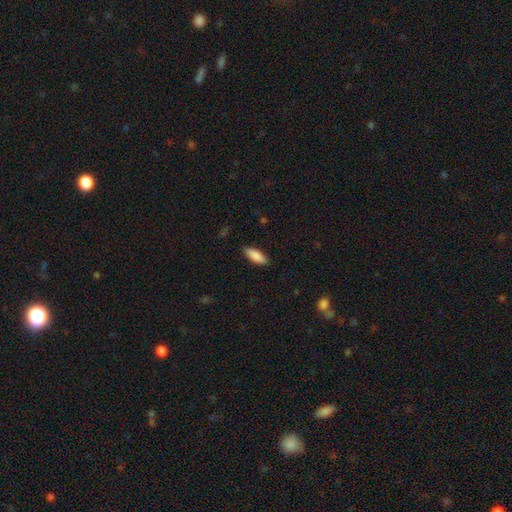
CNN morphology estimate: smooth_or_featured: smooth (p=0.85) [alt: featured or disk p=0.09]
how_rounded: in between (p=0.70) [alt: cigar-shaped p=0.28]
merging: none (p=0.86) [alt: minor disturbance p=0.11]